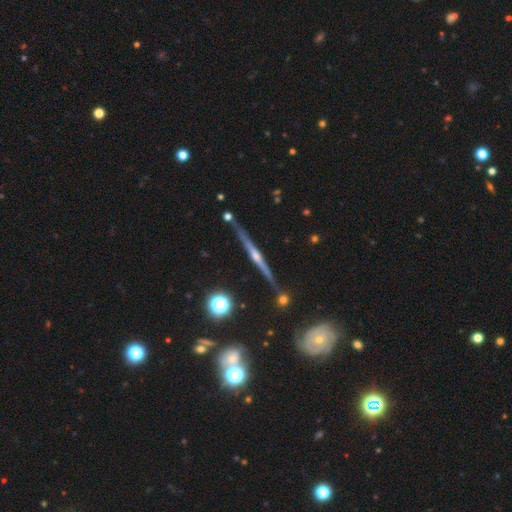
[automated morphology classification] Overall: featured or disk (85%). Edge-on disk: yes (98%). Edge-on bulge: rounded (83%). Merging: none (87%).